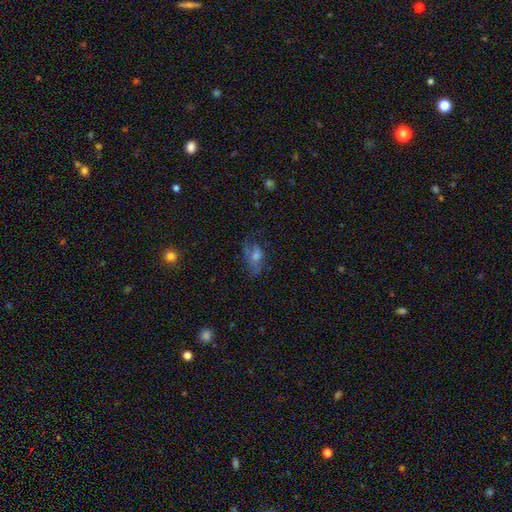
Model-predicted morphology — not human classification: smooth-or-featured: featured or disk: 42% | smooth: 37% | star or artifact: 21%
  merging: none: 50% | major disturbance: 24% | minor disturbance: 22% | merger: 3%